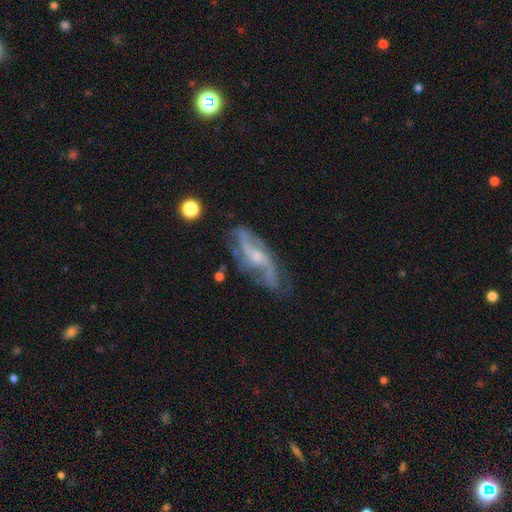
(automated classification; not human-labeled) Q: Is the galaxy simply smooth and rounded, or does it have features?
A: featured or disk — 83%.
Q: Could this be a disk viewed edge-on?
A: no — 86%.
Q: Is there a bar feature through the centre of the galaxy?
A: no — 47%.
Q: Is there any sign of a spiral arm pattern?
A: yes — 93%.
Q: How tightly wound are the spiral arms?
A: loose — 57%.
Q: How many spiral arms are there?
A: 2 — 79%.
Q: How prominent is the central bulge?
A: small — 55%.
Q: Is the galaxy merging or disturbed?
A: none — 63%.